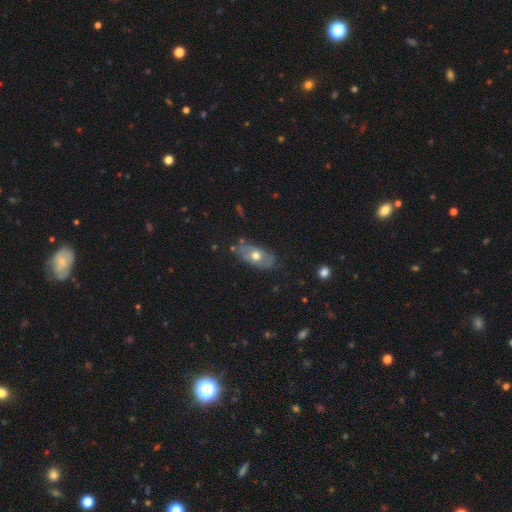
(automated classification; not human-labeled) featured or disk 51%, smooth 42%, star or artifact 7%. Down the decision tree: edge-on disk — no (82%); merging — none (71%).